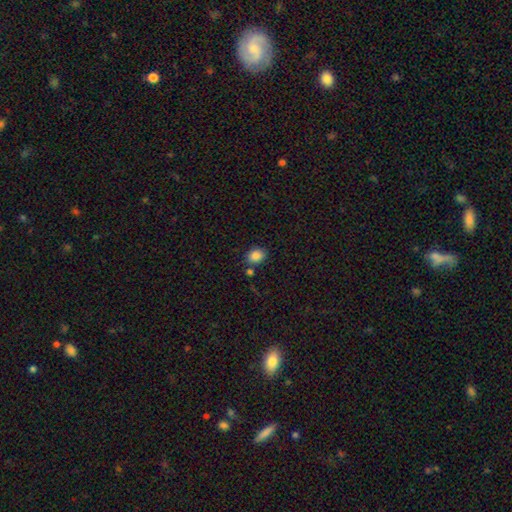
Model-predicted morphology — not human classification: A smooth galaxy with no disk features (86%) that is in between round and cigar-shaped (54%).

Vote fractions:
- Smooth or featured? smooth: 86% / star or artifact: 9% / featured or disk: 4%
- How rounded? in between: 54% / round: 45% / cigar-shaped: 1%
- Merging? none: 77% / minor disturbance: 12% / merger: 8% / major disturbance: 3%